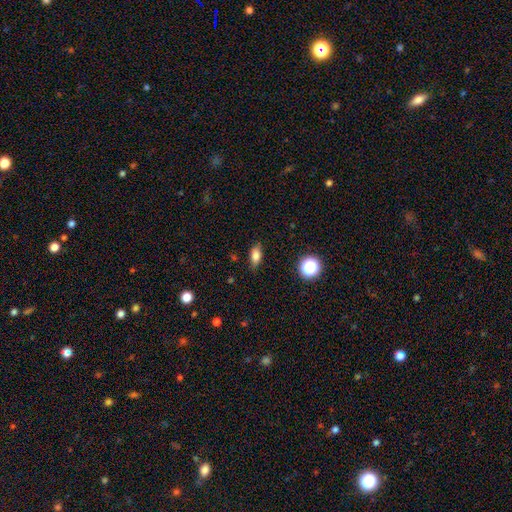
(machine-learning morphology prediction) The model was most divided on "smooth or featured": smooth: 80%, star or artifact: 11%, featured or disk: 9%. More confident: merging — none (84%); how rounded — in between (82%).